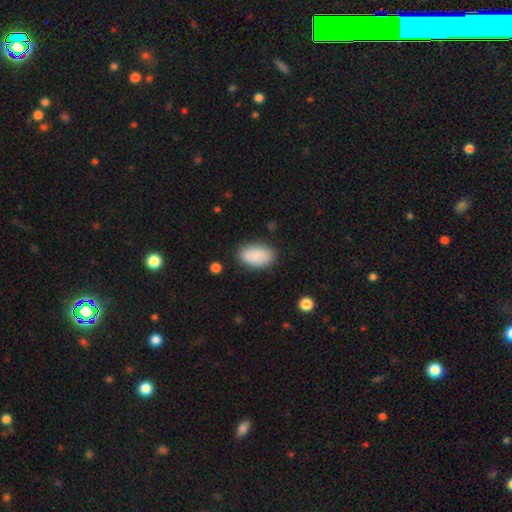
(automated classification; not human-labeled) smooth-or-featured: smooth: 88% | star or artifact: 6% | featured or disk: 5%
  how-rounded: in between: 93% | round: 6% | cigar-shaped: 1%
  merging: none: 83% | minor disturbance: 12% | major disturbance: 3% | merger: 2%